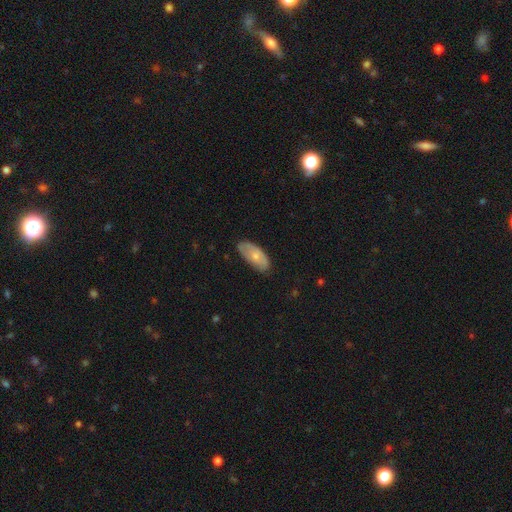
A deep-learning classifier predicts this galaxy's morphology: Overall: smooth (64%; featured or disk 30%). How rounded: in between (91%). Merging: none (70%).